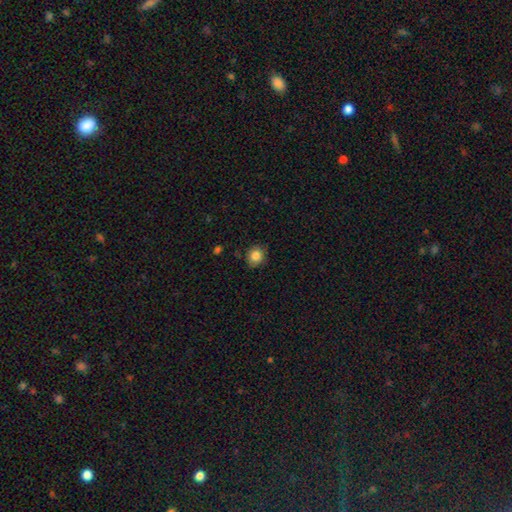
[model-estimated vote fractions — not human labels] Q: Smooth or featured?
A: smooth (85%); runner-up: star or artifact (10%)
Q: How rounded?
A: round (79%); runner-up: in between (20%)
Q: Merging?
A: none (85%); runner-up: minor disturbance (11%)